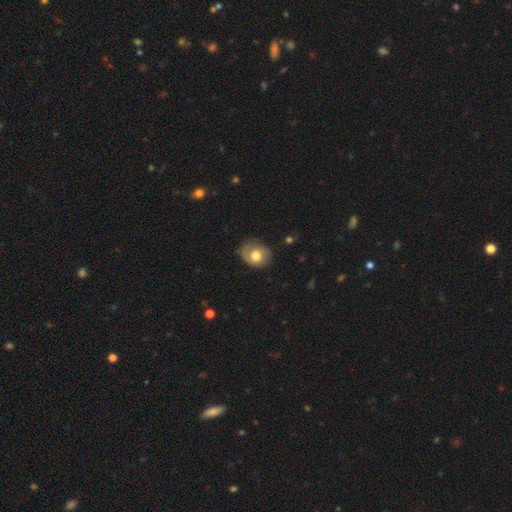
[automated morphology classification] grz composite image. It shows a smooth galaxy with no disk features (55%) that is round (56%). Merging: none (61%).